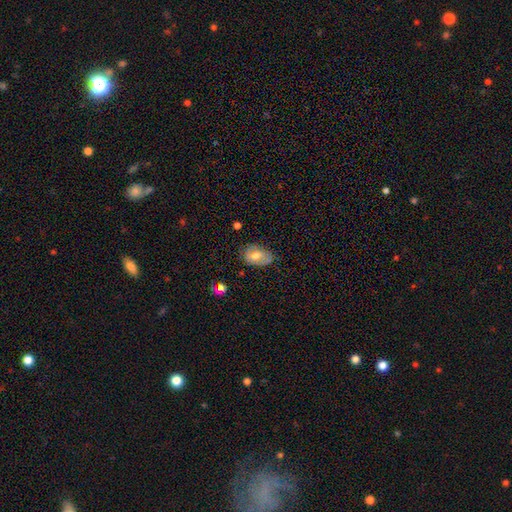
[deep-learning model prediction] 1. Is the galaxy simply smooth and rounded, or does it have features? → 52% smooth, 40% featured or disk, 8% star or artifact.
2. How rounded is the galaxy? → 83% in between, 15% round, 1% cigar-shaped.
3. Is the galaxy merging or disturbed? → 65% none, 27% minor disturbance, 7% major disturbance, 2% merger.